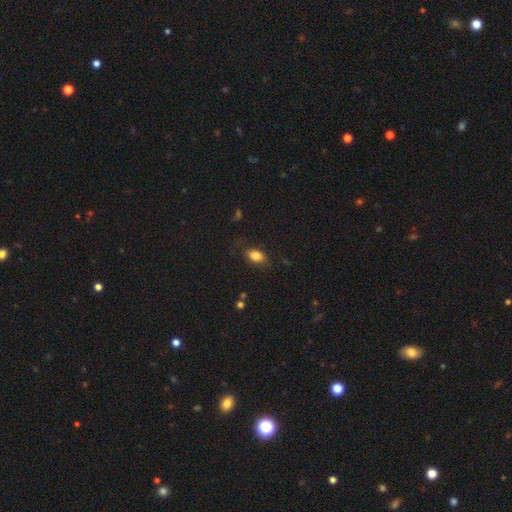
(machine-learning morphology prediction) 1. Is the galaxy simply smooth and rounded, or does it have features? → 84% smooth, 9% star or artifact, 8% featured or disk.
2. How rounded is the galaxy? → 88% in between, 10% round, 2% cigar-shaped.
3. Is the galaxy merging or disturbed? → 79% none, 14% minor disturbance, 5% major disturbance, 1% merger.